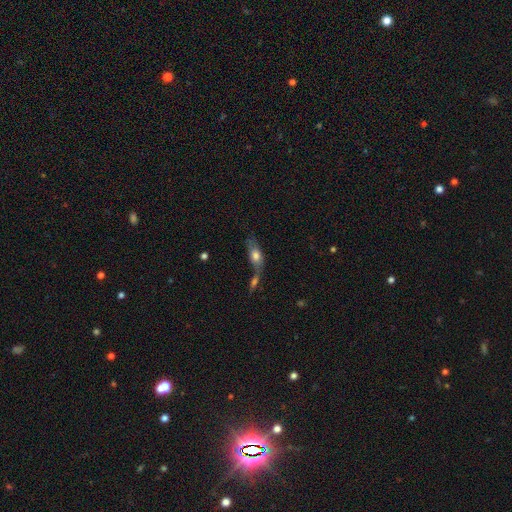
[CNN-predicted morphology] The model was most divided on "merging": merger: 47%, none: 33%, minor disturbance: 12%, major disturbance: 7%. More confident: how rounded — in between (71%); smooth or featured — smooth (64%).